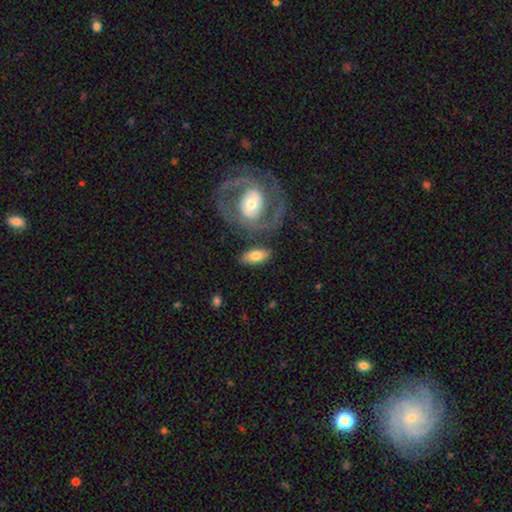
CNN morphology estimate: Smooth or featured? smooth (64%)
How rounded? in between (88%)
Merging? none (68%)